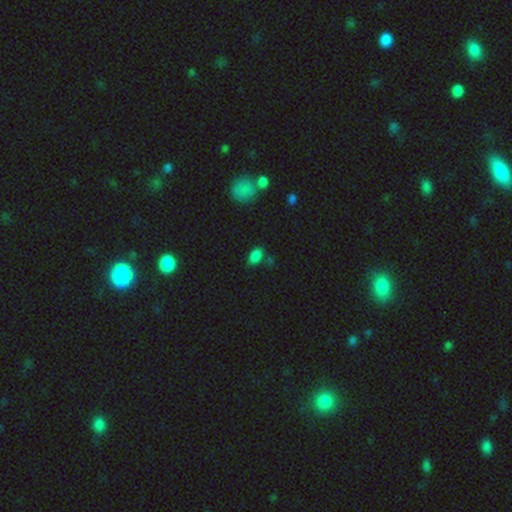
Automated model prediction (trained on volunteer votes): Smooth or featured? Predicted: smooth (p=0.80). How rounded? Predicted: in between (p=0.88). Merging? Predicted: none (p=0.68).